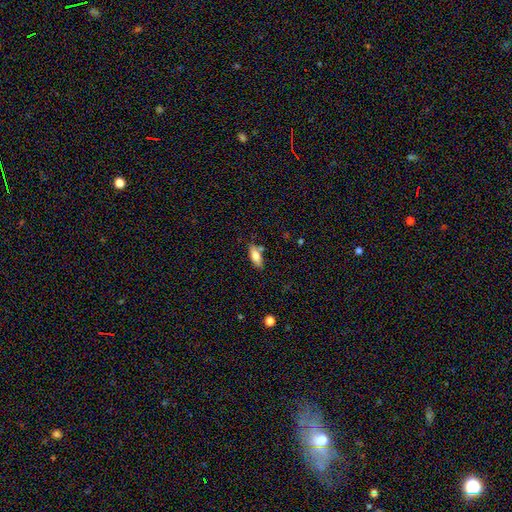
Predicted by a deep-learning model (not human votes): The model was most divided on "how rounded": in between: 72%, cigar-shaped: 25%, round: 3%. More confident: smooth or featured — smooth (73%); merging — none (72%).